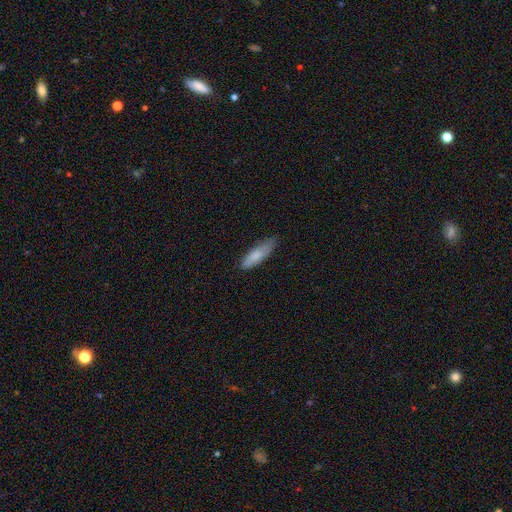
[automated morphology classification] Smooth or featured? Predicted: smooth (p=0.79). How rounded? Predicted: cigar-shaped (p=0.56). Merging? Predicted: none (p=0.74).